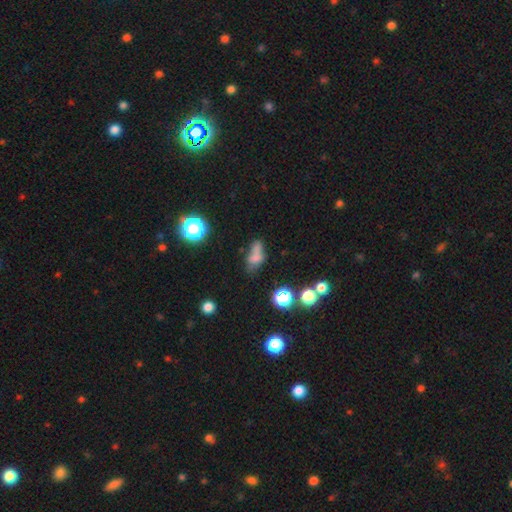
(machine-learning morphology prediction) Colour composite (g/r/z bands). It shows a smooth galaxy with no disk features (59%) that is in between round and cigar-shaped (72%). Merging: none (36%).